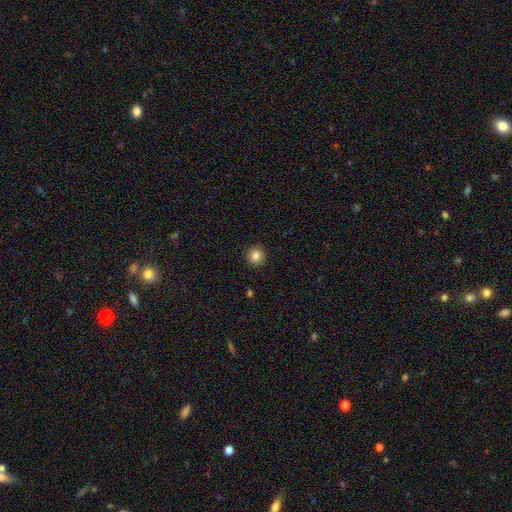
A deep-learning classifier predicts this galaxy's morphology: smooth_or_featured: smooth (p=0.84) [alt: star or artifact p=0.10]
how_rounded: round (p=0.94) [alt: in between p=0.05]
merging: none (p=0.93) [alt: minor disturbance p=0.05]